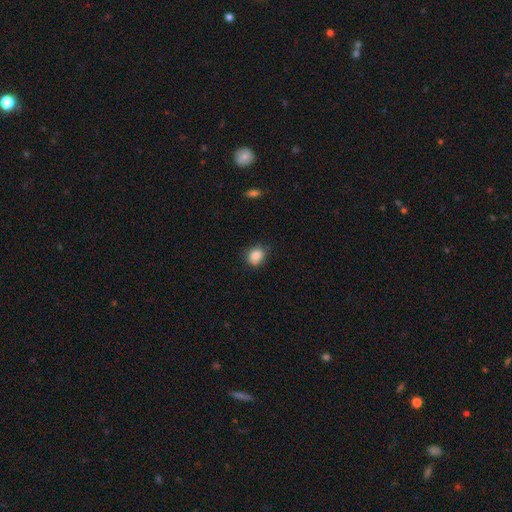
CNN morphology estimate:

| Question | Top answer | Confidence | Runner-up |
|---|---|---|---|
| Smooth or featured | smooth | 86% | star or artifact (9%) |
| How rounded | round | 54% | in between (45%) |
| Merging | none | 76% | minor disturbance (19%) |